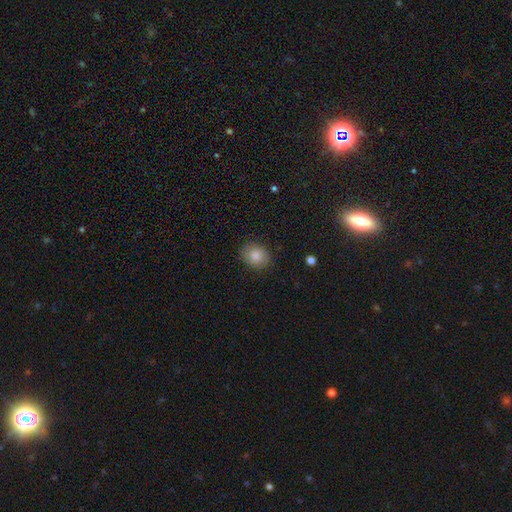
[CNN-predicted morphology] Overall: smooth (84%). How rounded: round (55%; in between 44%). Merging: none (85%).